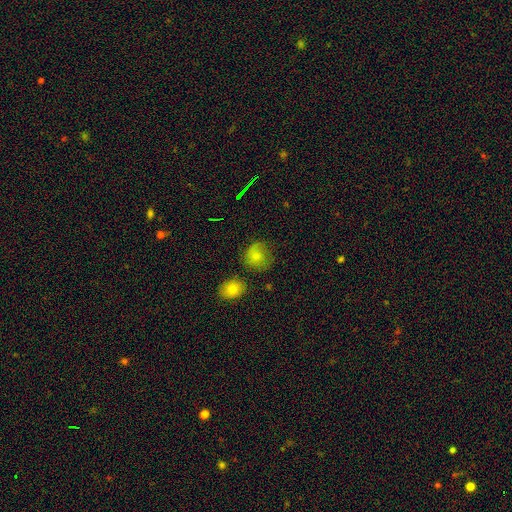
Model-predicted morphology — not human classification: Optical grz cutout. It shows a smooth galaxy with no disk features (70%) that is round (80%). Merging: none (62%).